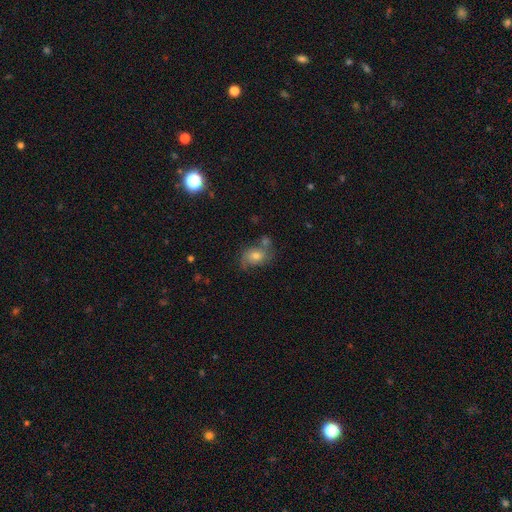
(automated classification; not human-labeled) A smooth galaxy with no disk features (54%) that is in between round and cigar-shaped (62%). Merging: none (52%).